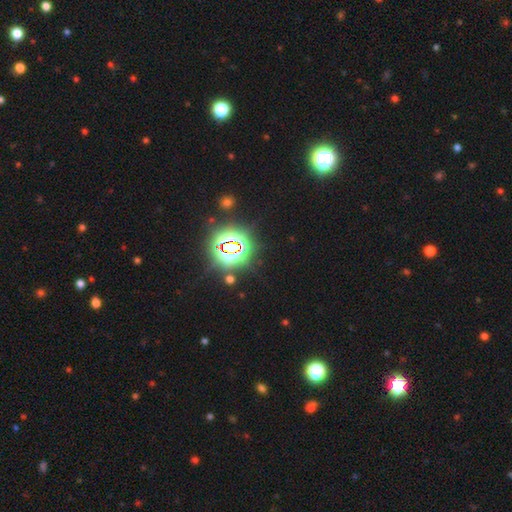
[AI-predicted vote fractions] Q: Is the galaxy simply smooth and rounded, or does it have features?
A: star or artifact — 81%.